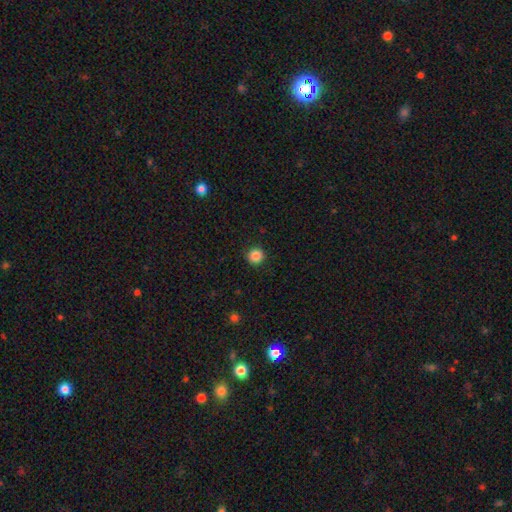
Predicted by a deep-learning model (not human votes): A smooth galaxy with no disk features (86%) that is round (95%).

Vote fractions:
- Smooth or featured? smooth: 86% / star or artifact: 11% / featured or disk: 4%
- How rounded? round: 95% / in between: 5% / cigar-shaped: 1%
- Merging? none: 92% / minor disturbance: 5% / major disturbance: 2% / merger: 1%